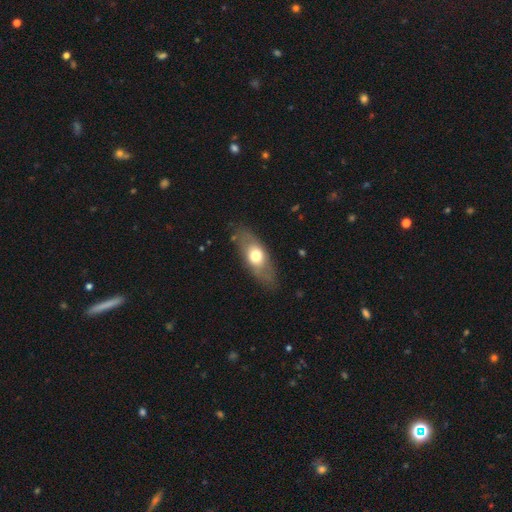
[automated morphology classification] smooth 58%, featured or disk 35%, star or artifact 7%. Down the decision tree: how rounded — in between (78%); merging — none (78%).